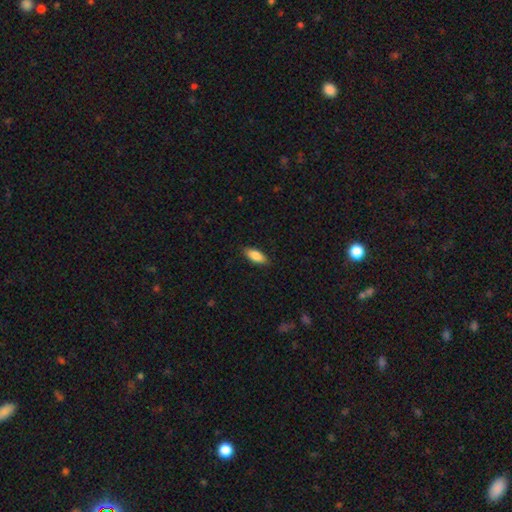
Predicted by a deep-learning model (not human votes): This is clearly a smooth galaxy (83%). How rounded: likely in between (80%). Merging: clearly none (87%).